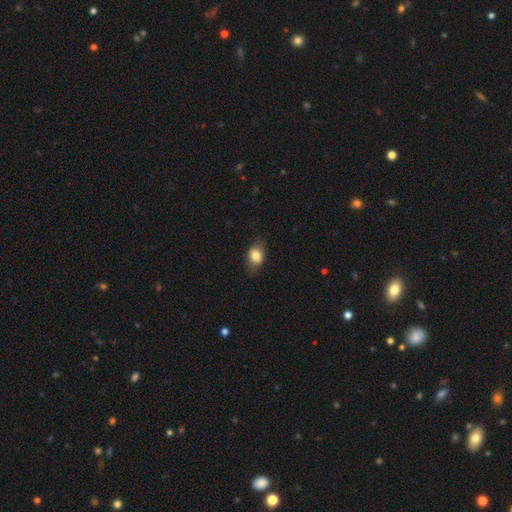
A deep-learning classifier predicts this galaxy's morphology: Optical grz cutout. It shows a smooth galaxy with no disk features (80%) that is in between round and cigar-shaped (75%). Merging: none (77%).